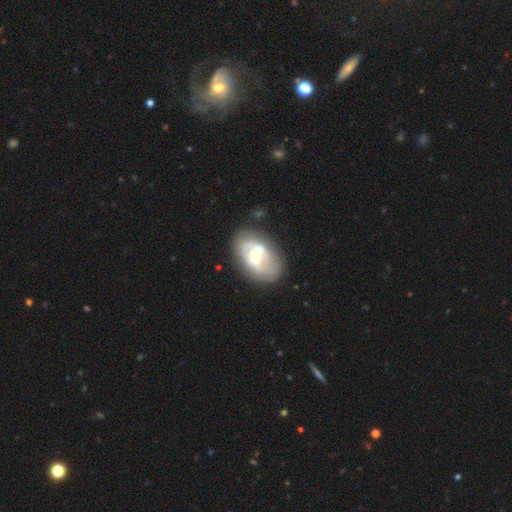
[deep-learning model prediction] Smooth or featured?
  - featured or disk: 66% *
  - smooth: 28%
  - star or artifact: 6%
Edge-on disk?
  - no: 94% *
  - yes: 6%
Bar?
  - weak: 41% *
  - strong: 36%
  - no: 23%
Spiral arms?
  - no: 51% *
  - yes: 49%
Bulge size?
  - moderate: 67% *
  - large: 19%
  - small: 11%
  - dominant: 1%
  - none: 1%
Merging?
  - none: 71% *
  - minor disturbance: 19%
  - major disturbance: 8%
  - merger: 2%